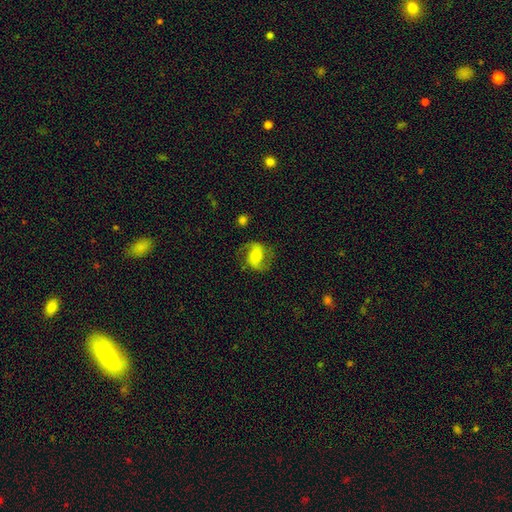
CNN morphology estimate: A featured or disk galaxy (71%) with no bar (40%), 2 (90%) medium (47%) spiral arms (92%) and a moderate central bulge (62%). Merging: none (75%).